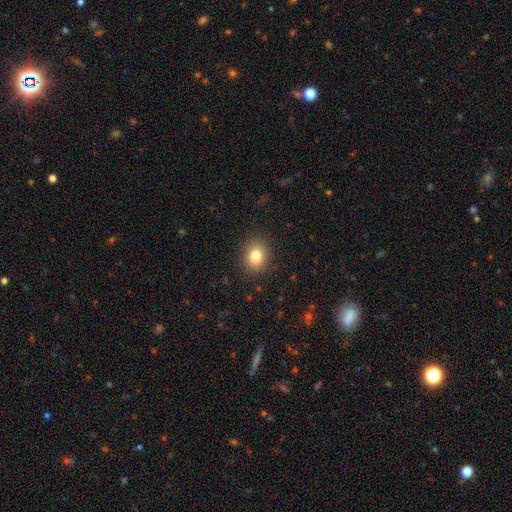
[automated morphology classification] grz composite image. It shows a smooth galaxy with no disk features (82%) that is round (60%). Merging: none (88%).